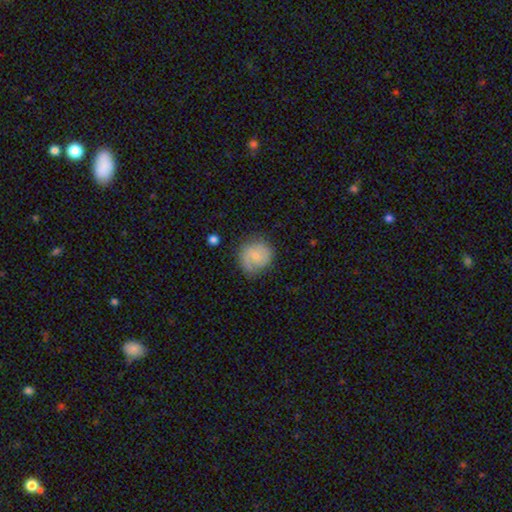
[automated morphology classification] smooth-or-featured: smooth: 54% | featured or disk: 39% | star or artifact: 7%
  how-rounded: round: 85% | in between: 14% | cigar-shaped: 1%
  merging: none: 71% | minor disturbance: 20% | major disturbance: 8% | merger: 2%